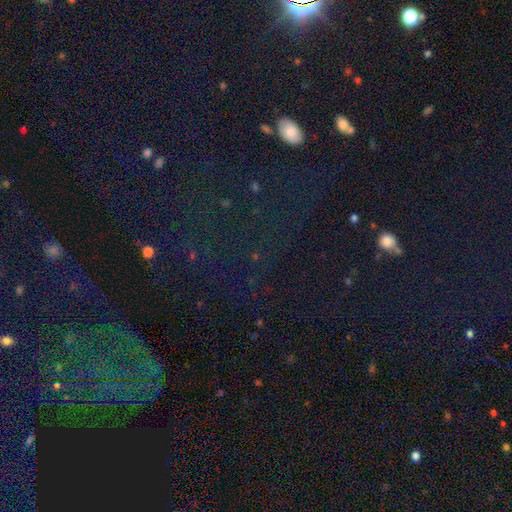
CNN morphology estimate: Smooth or featured? Predicted: star or artifact (p=0.76).